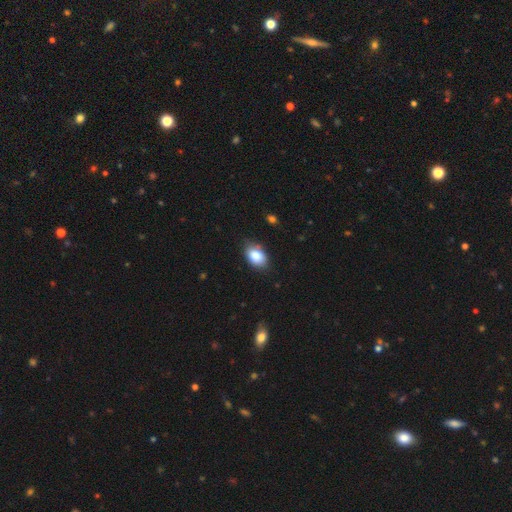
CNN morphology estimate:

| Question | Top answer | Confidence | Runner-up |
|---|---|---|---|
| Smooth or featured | smooth | 85% | featured or disk (8%) |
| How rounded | in between | 88% | round (11%) |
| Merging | none | 77% | minor disturbance (18%) |